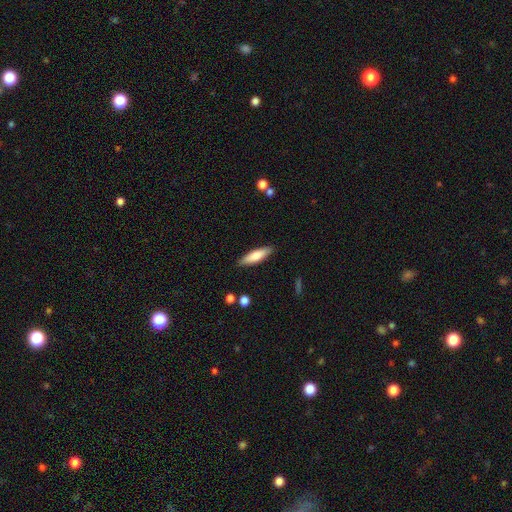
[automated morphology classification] smooth 71%, featured or disk 23%, star or artifact 6%. Down the decision tree: how rounded — cigar-shaped (61%); merging — none (87%).